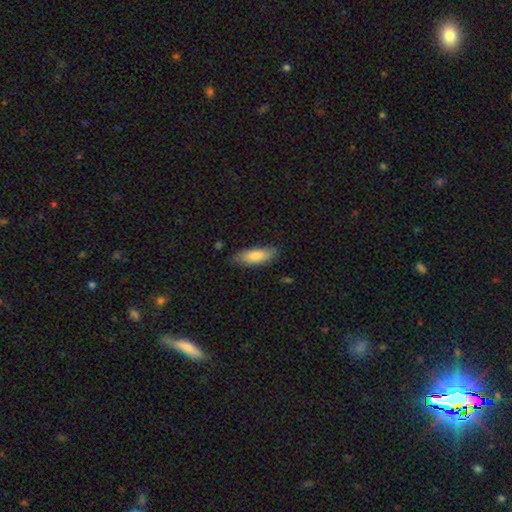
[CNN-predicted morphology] Smooth or featured?
  - smooth: 80% *
  - featured or disk: 15%
  - star or artifact: 6%
How rounded?
  - in between: 70% *
  - cigar-shaped: 28%
  - round: 2%
Merging?
  - none: 80% *
  - minor disturbance: 15%
  - major disturbance: 3%
  - merger: 1%